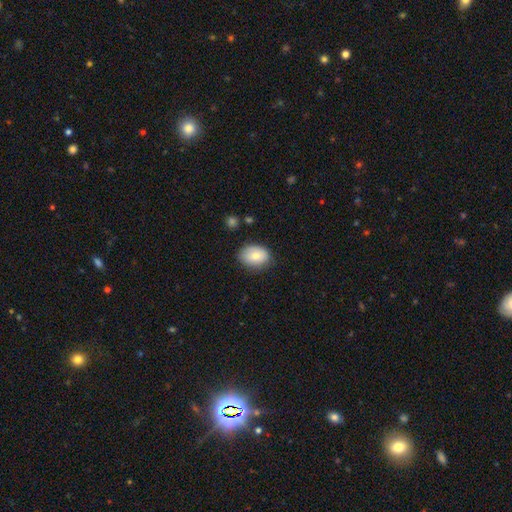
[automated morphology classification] The model was most divided on "how rounded": in between: 73%, round: 26%, cigar-shaped: 1%. More confident: smooth or featured — smooth (80%); merging — none (77%).